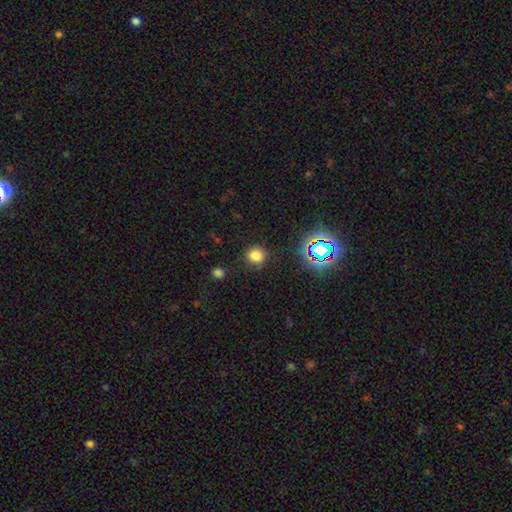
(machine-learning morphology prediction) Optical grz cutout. It shows a smooth galaxy with no disk features (75%) that is round (84%). Merging: none (85%).